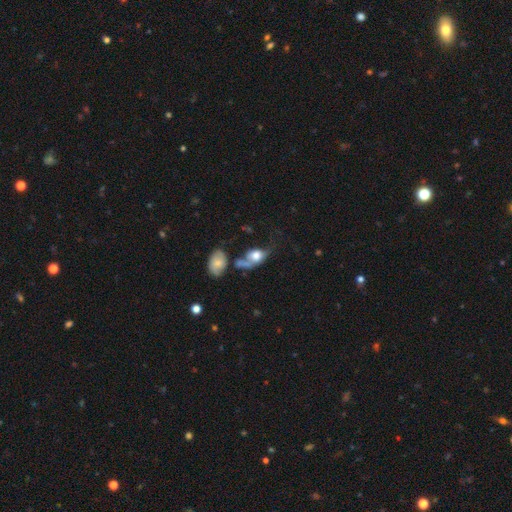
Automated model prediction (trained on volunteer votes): smooth_or_featured: smooth (p=0.61) [alt: featured or disk p=0.30]
how_rounded: in between (p=0.72) [alt: round p=0.24]
merging: merger (p=0.32) [alt: major disturbance p=0.29]